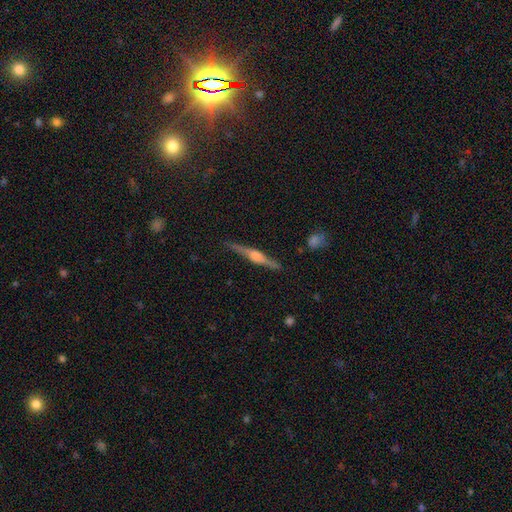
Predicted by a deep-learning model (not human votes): The model was most divided on "edge-on bulge": rounded: 78%, boxy: 17%, none: 5%. More confident: edge-on disk — yes (98%); merging — none (89%); smooth or featured — featured or disk (79%).